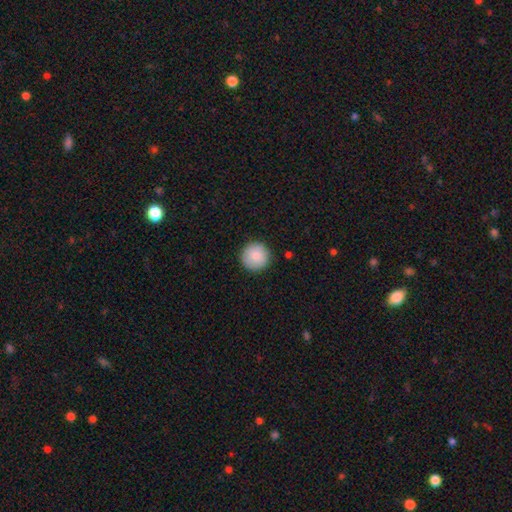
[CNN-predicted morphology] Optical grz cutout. It shows a smooth galaxy with no disk features (87%) that is round (96%). Merging: none (91%).